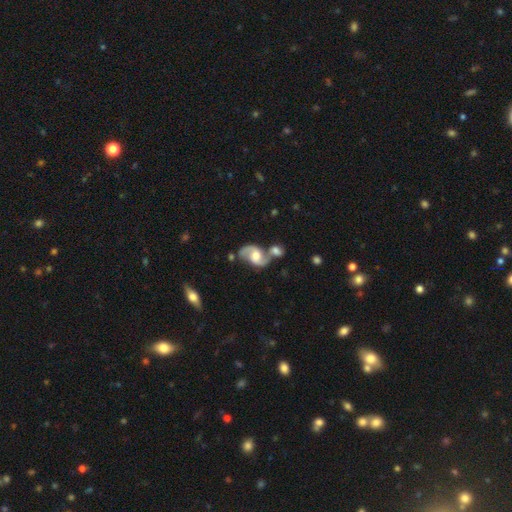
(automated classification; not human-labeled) A featured or disk galaxy (83%) with no bar (45%), 2 (92%) medium (47%) spiral arms (95%) and a moderate central bulge (63%). Merging: none (43%).